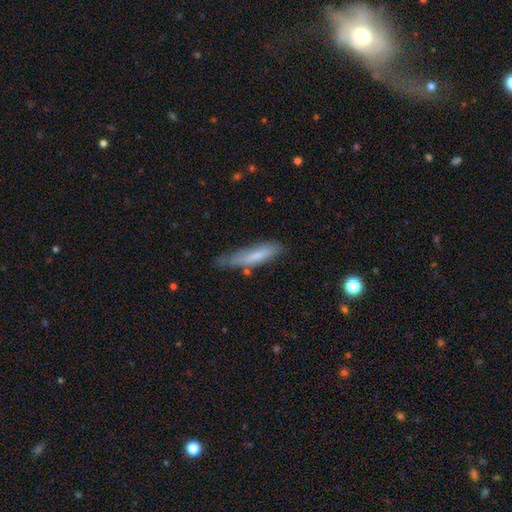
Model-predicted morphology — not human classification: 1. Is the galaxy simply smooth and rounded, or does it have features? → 68% smooth, 25% featured or disk, 6% star or artifact.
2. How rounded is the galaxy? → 82% cigar-shaped, 17% in between, 1% round.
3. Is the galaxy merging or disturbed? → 60% none, 29% minor disturbance, 7% major disturbance, 3% merger.